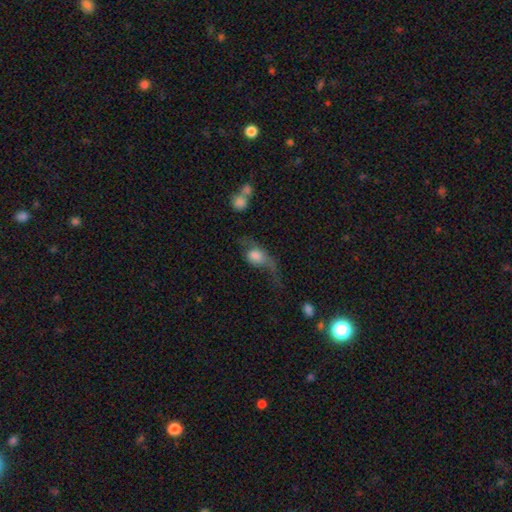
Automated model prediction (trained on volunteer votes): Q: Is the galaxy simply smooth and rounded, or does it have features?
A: smooth — 50%.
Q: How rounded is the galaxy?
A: in between — 69%.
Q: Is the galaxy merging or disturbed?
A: major disturbance — 51%.